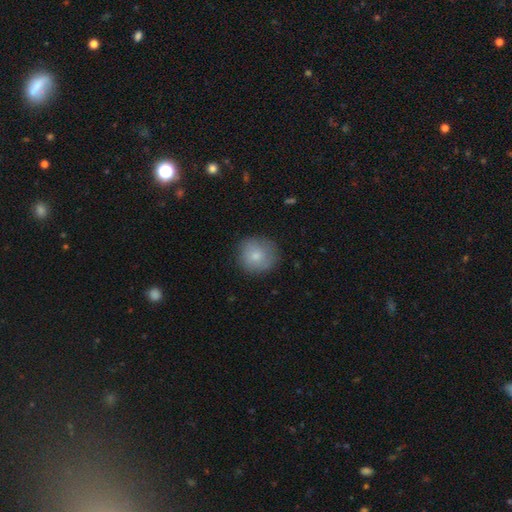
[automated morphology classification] Smooth or featured: smooth — 80% (featured or disk — 13%)
How rounded: round — 91% (in between — 8%)
Merging: none — 81% (minor disturbance — 14%)